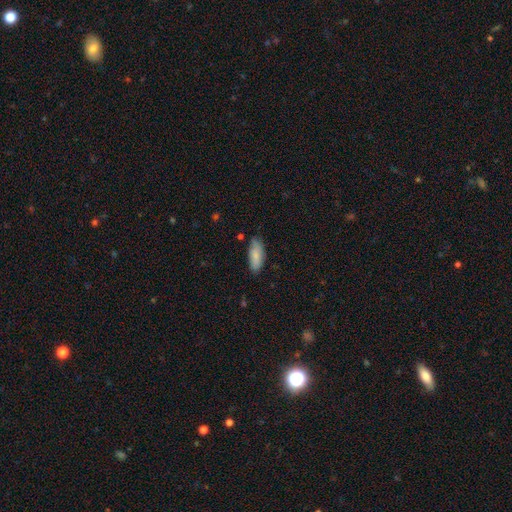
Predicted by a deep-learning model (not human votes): The model was most divided on "merging": none: 71%, minor disturbance: 23%, major disturbance: 4%, merger: 2%. More confident: smooth or featured — smooth (82%); how rounded — in between (80%).